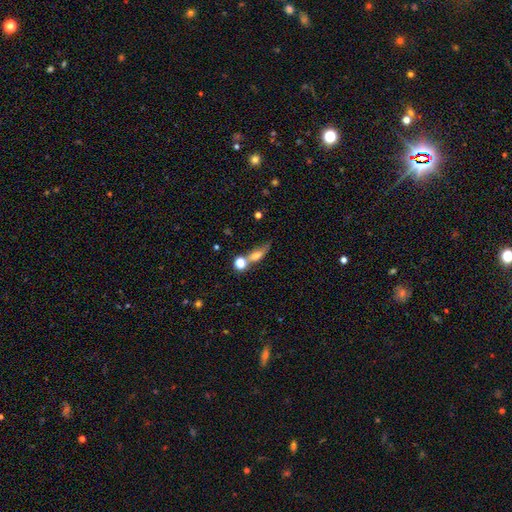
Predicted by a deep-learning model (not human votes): A smooth galaxy with no disk features (60%) that is in between round and cigar-shaped (50%).

Vote fractions:
- Smooth or featured? smooth: 60% / featured or disk: 26% / star or artifact: 14%
- How rounded? in between: 50% / cigar-shaped: 30% / round: 20%
- Merging? none: 40% / merger: 30% / minor disturbance: 16% / major disturbance: 13%